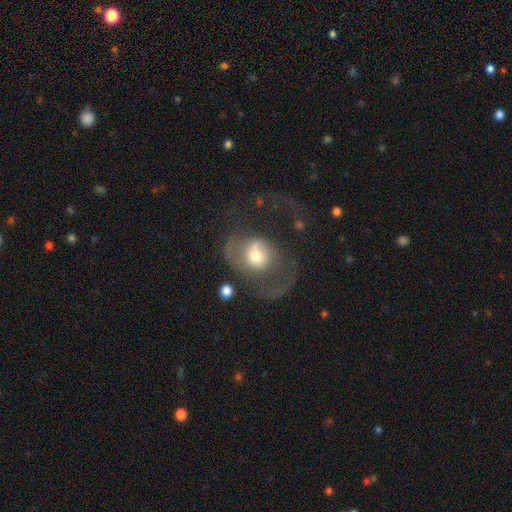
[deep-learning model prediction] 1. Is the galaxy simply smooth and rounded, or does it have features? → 47% featured or disk, 45% smooth, 9% star or artifact.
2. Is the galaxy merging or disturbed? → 59% major disturbance, 20% none, 13% minor disturbance, 8% merger.